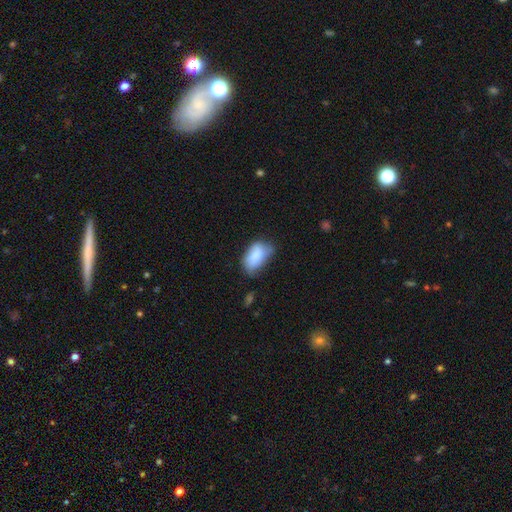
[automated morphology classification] Q: Smooth or featured?
A: smooth (81%); runner-up: featured or disk (12%)
Q: How rounded?
A: in between (93%); runner-up: round (5%)
Q: Merging?
A: none (44%); runner-up: minor disturbance (40%)